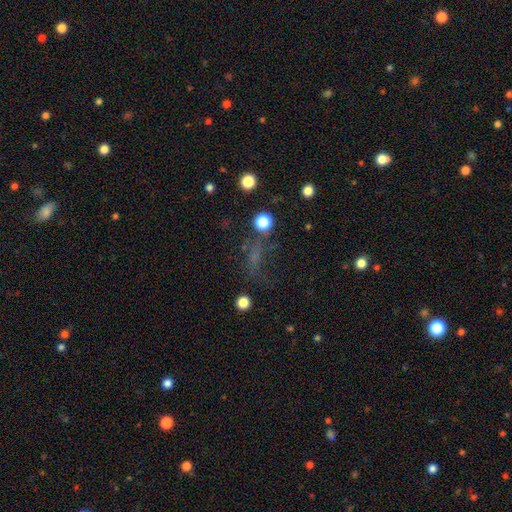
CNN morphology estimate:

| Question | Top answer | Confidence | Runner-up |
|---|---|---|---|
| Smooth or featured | star or artifact | 40% | tied: smooth (40%) |